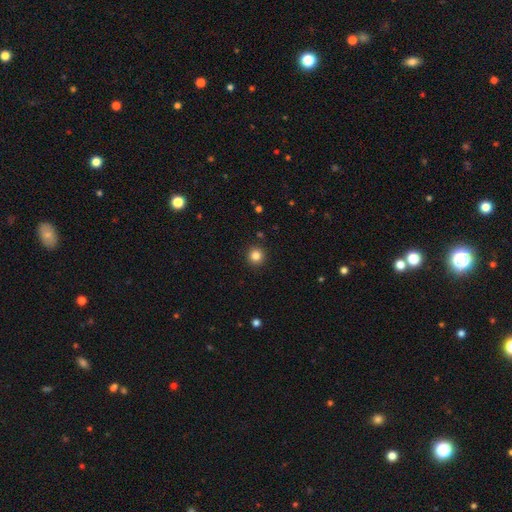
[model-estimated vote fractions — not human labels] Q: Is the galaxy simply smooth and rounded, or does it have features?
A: smooth — 84%.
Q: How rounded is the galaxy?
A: round — 95%.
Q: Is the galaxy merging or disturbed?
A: none — 92%.